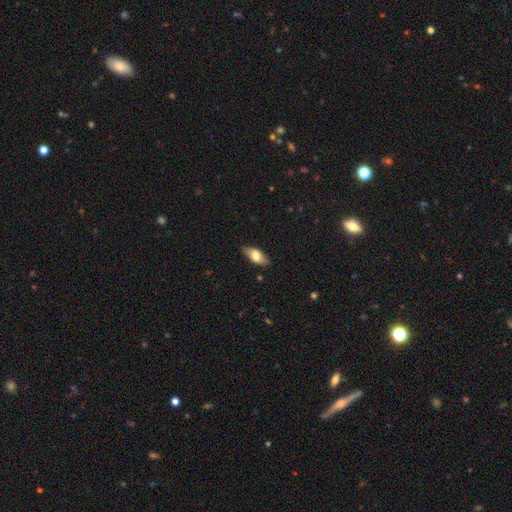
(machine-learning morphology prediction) This is likely a smooth galaxy (71%). How rounded: clearly in between (85%). Merging: clearly none (85%).